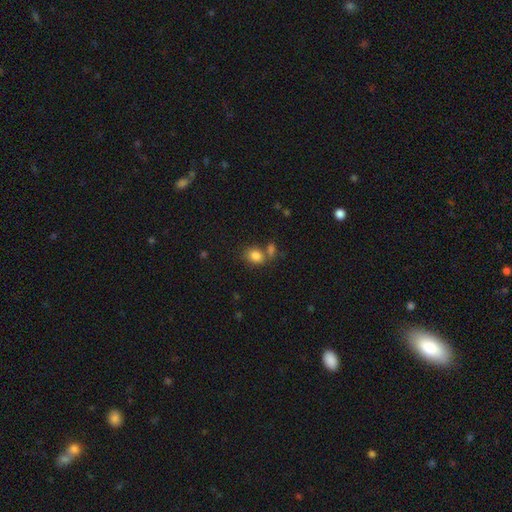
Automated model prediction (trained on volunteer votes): Q: Smooth or featured?
A: smooth (83%); runner-up: star or artifact (10%)
Q: How rounded?
A: in between (60%); runner-up: round (38%)
Q: Merging?
A: none (55%); runner-up: merger (26%)